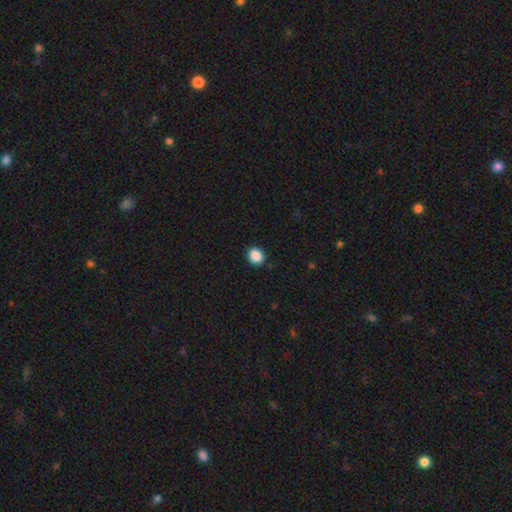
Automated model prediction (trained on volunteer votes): Smooth or featured? Predicted: smooth (p=0.89). How rounded? Predicted: round (p=0.74). Merging? Predicted: none (p=0.91).